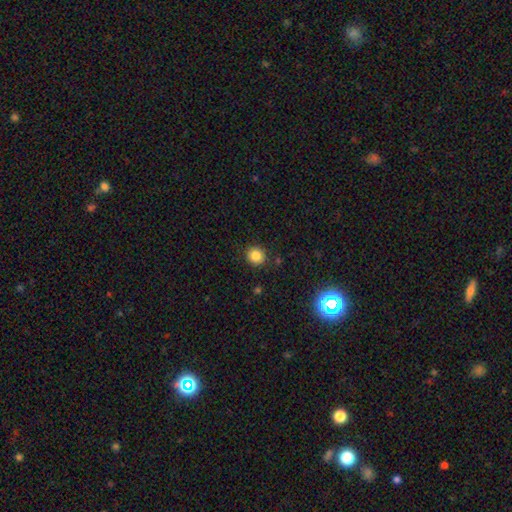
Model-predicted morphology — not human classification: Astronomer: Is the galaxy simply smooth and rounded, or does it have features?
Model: smooth — 84%.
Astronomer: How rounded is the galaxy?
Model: round — 88%.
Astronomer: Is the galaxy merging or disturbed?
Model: none — 89%.